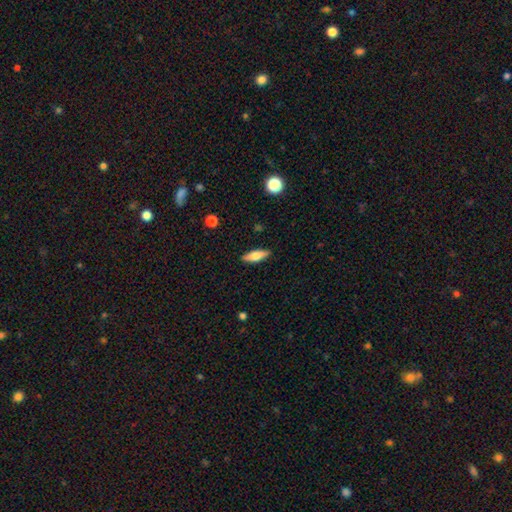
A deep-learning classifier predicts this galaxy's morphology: This appears to be a smooth galaxy with no disk features (67%) that is in between round and cigar-shaped (51%). Merging: none (88%).